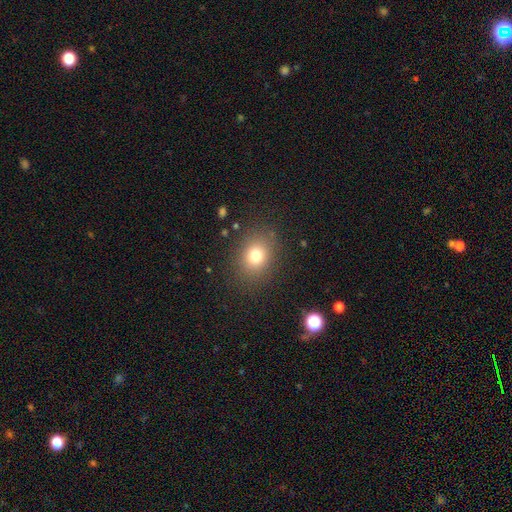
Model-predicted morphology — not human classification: smooth 76%, star or artifact 14%, featured or disk 10%. Down the decision tree: how rounded — round (59%); merging — none (85%).